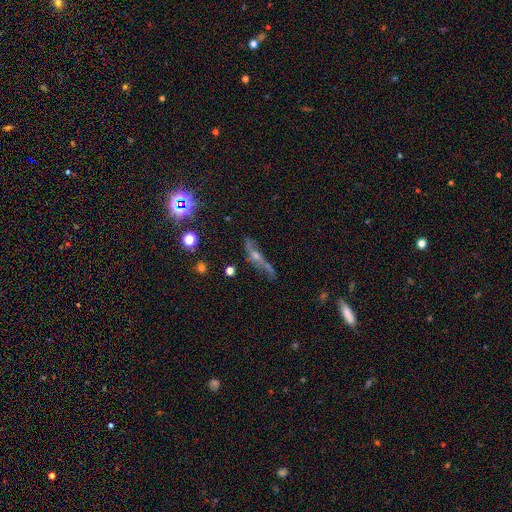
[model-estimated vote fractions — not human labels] Overall: featured or disk (69%). Edge-on disk: no (51%; yes 49%). Merging: none (56%; minor disturbance 24%).